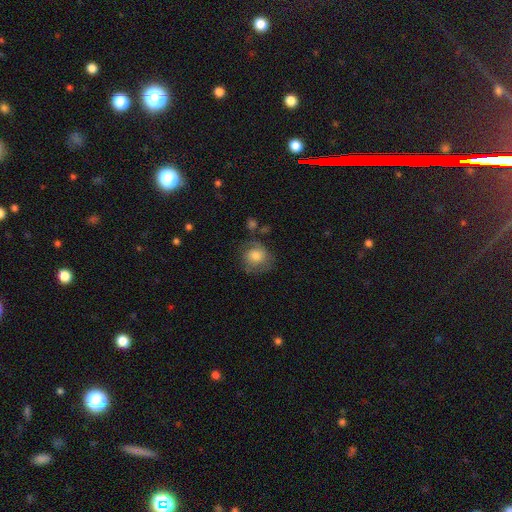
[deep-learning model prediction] A smooth galaxy with no disk features (63%) that is round (78%). Merging: none (58%).